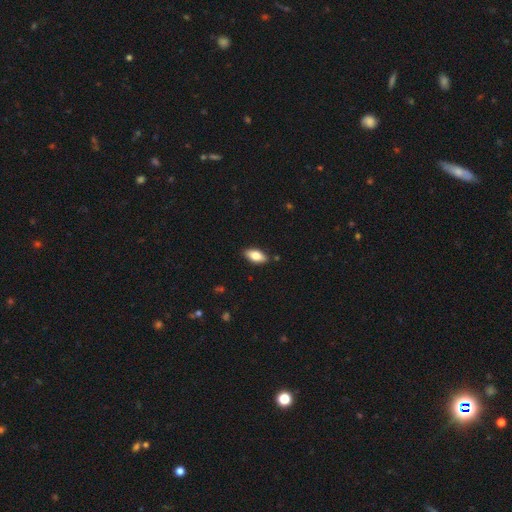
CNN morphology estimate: smooth 77%, featured or disk 16%, star or artifact 7%. Down the decision tree: how rounded — in between (88%); merging — none (87%).